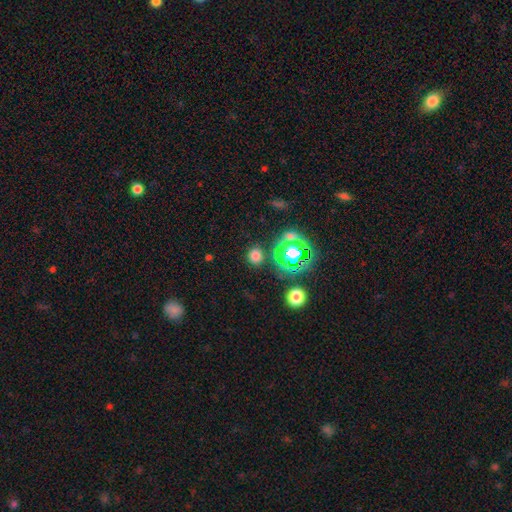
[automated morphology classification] smooth_or_featured: smooth (p=0.69) [alt: star or artifact p=0.26]
how_rounded: round (p=0.85) [alt: in between p=0.14]
merging: none (p=0.84) [alt: minor disturbance p=0.08]